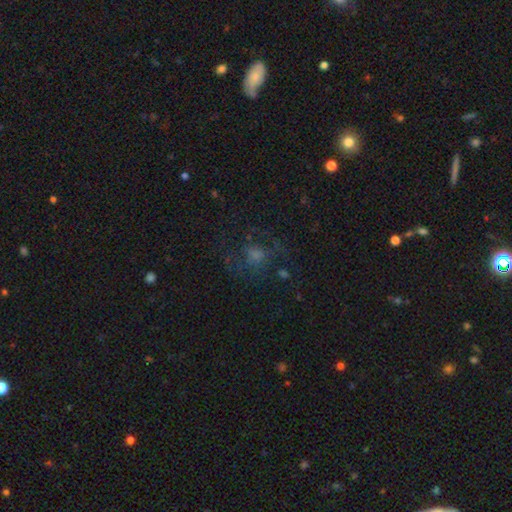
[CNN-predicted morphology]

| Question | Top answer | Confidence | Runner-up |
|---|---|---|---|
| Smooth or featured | smooth | 40% | featured or disk (37%) |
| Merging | none | 53% | major disturbance (27%) |